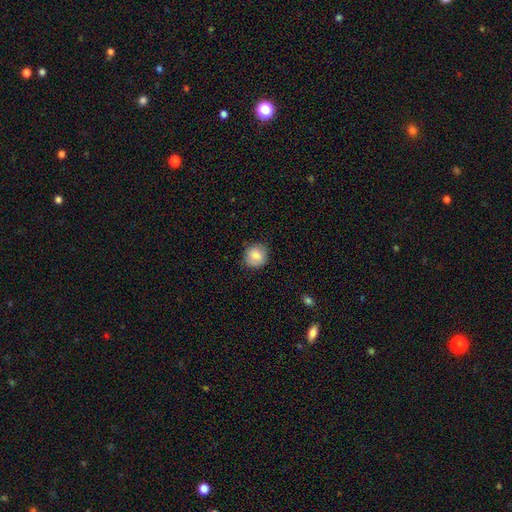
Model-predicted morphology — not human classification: Smooth or featured? smooth (82%)
How rounded? round (90%)
Merging? none (84%)